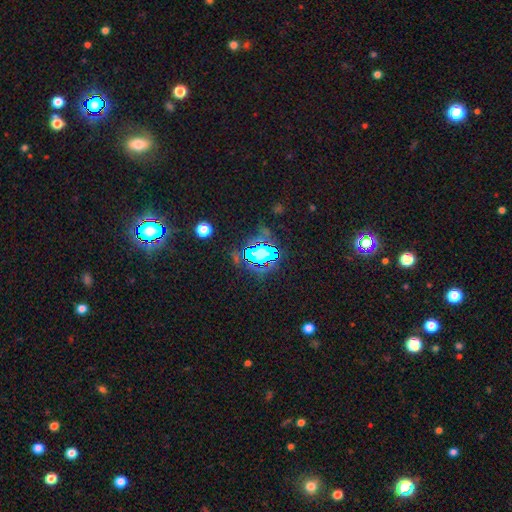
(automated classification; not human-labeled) This appears to be a star or artifact, not a galaxy (81%).